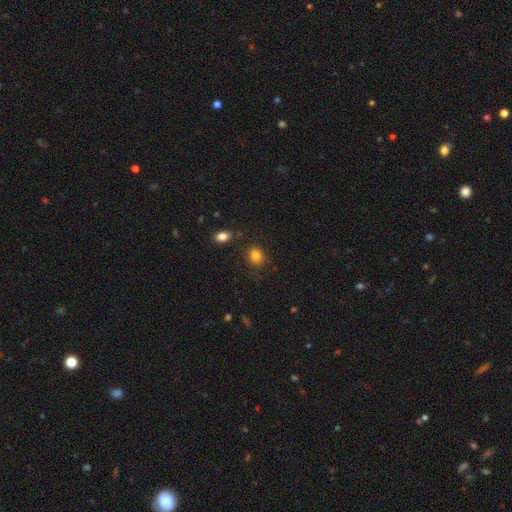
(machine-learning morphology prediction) Smooth or featured: smooth — 83% (star or artifact — 11%)
How rounded: round — 53% (in between — 46%)
Merging: none — 79% (minor disturbance — 14%)